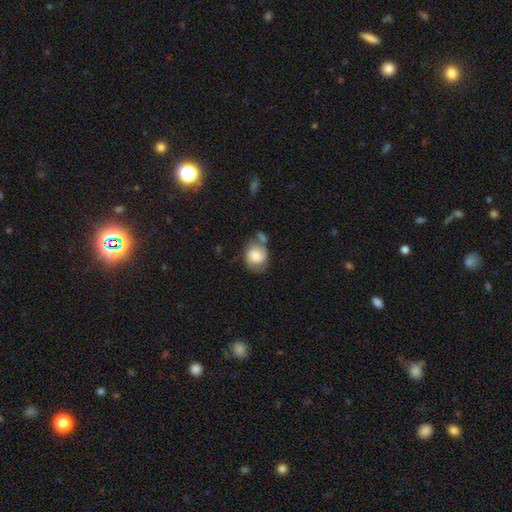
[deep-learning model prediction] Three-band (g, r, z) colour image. It shows a smooth galaxy with no disk features (50%) that is round (59%). Merging: none (43%).